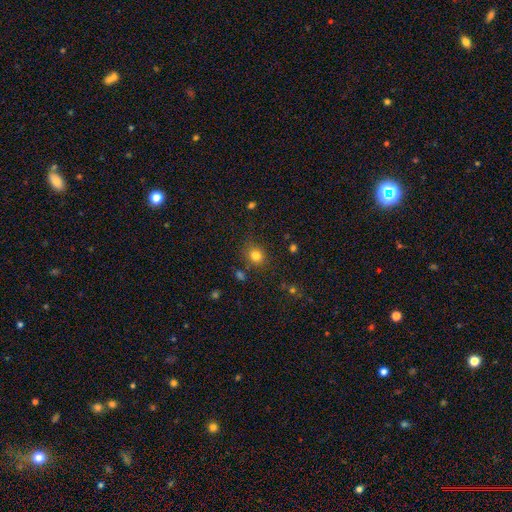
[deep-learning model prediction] A smooth galaxy with no disk features (80%) that is round (73%). Merging: none (78%).